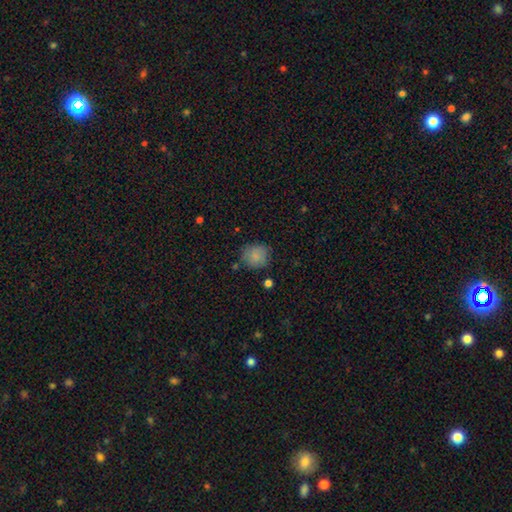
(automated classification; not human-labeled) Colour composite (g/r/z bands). It shows a smooth galaxy with no disk features (84%) that is round (86%). Merging: none (76%).